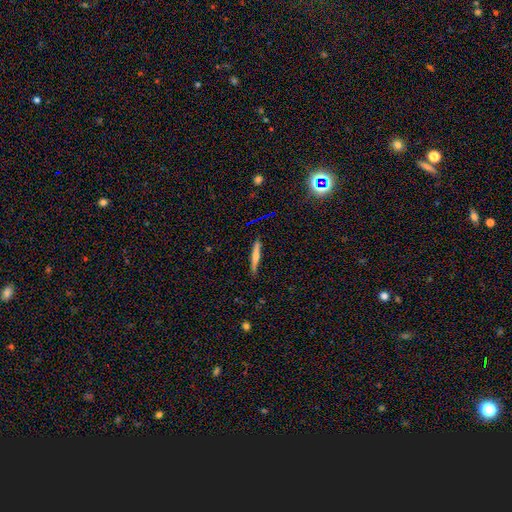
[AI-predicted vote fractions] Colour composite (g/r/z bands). It shows a smooth galaxy with no disk features (54%) that is cigar-shaped (94%). Merging: none (86%).